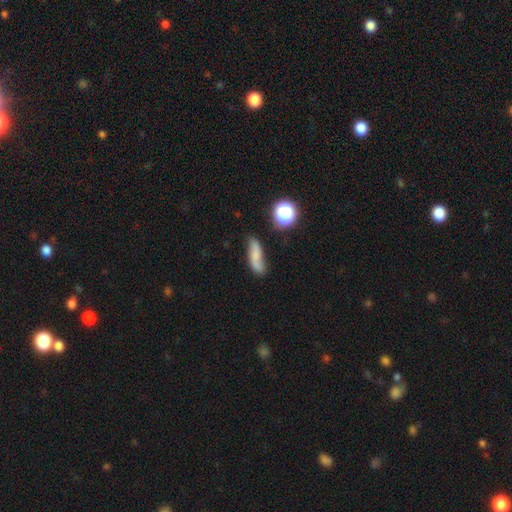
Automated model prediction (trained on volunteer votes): A smooth galaxy with no disk features (57%) that is cigar-shaped (48%). Merging: none (63%).